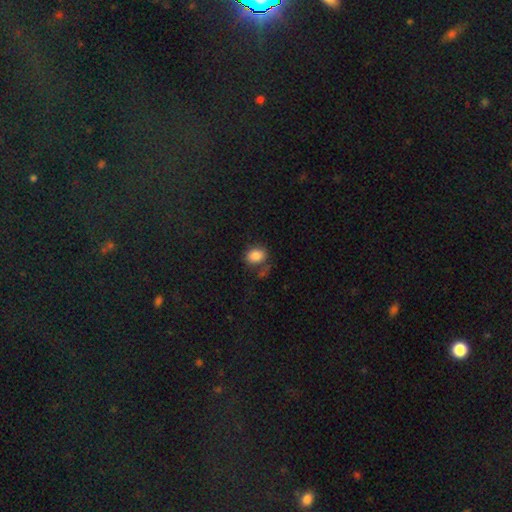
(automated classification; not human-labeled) Smooth or featured? Predicted: smooth (p=0.85). How rounded? Predicted: in between (p=0.66). Merging? Predicted: none (p=0.64).